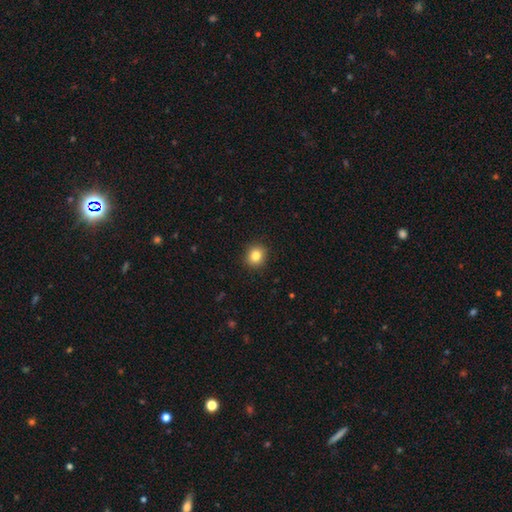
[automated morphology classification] Smooth or featured? smooth (83%)
How rounded? round (80%)
Merging? none (91%)